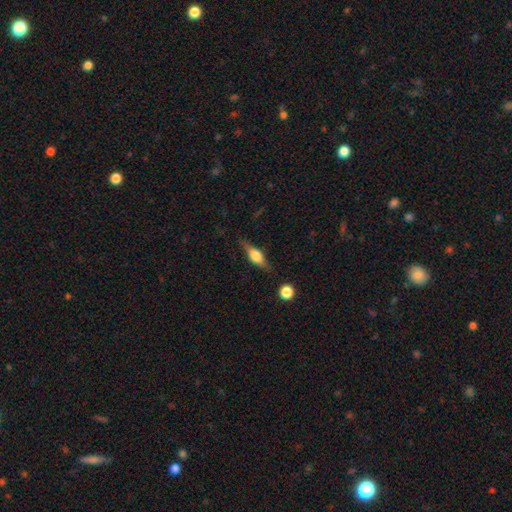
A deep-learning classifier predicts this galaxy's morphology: Smooth or featured? Predicted: featured or disk (p=0.52). Edge-on disk? Predicted: yes (p=0.92). Merging? Predicted: none (p=0.78).